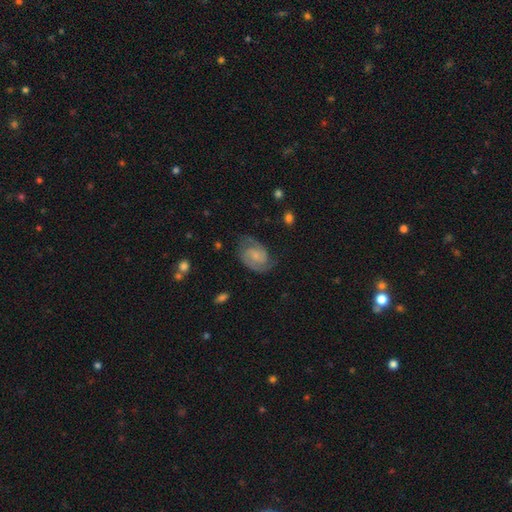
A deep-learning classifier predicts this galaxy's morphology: A featured or disk galaxy (82%) with no bar (53%), 2 (90%) medium (50%) spiral arms (96%) and a small central bulge (51%). Merging: none (76%).